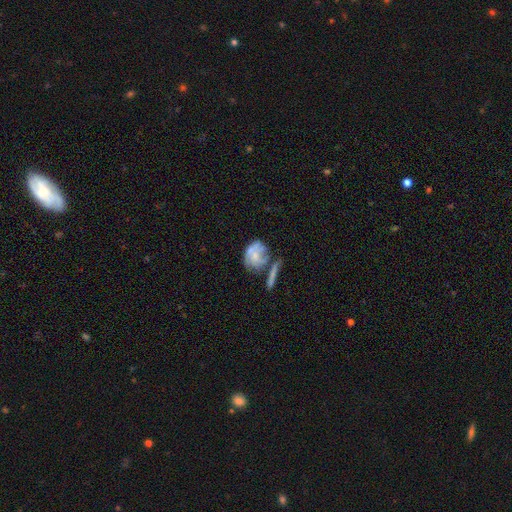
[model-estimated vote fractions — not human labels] Overall: featured or disk (51%; smooth 41%). Edge-on disk: no (95%). Merging: none (33%; merger 28%).